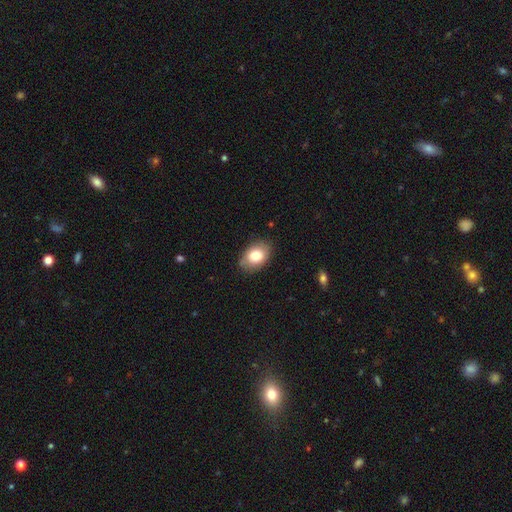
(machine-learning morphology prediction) Overall: smooth (80%). How rounded: in between (83%). Merging: none (82%).